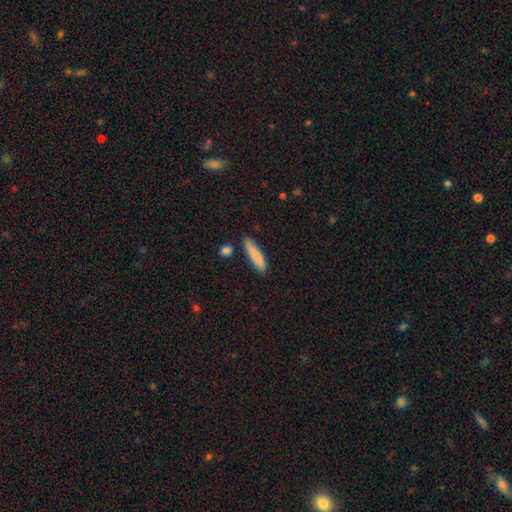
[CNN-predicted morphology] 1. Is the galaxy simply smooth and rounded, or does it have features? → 84% smooth, 10% featured or disk, 6% star or artifact.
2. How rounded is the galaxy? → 79% cigar-shaped, 20% in between, 2% round.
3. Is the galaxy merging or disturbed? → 82% none, 12% minor disturbance, 4% merger, 2% major disturbance.